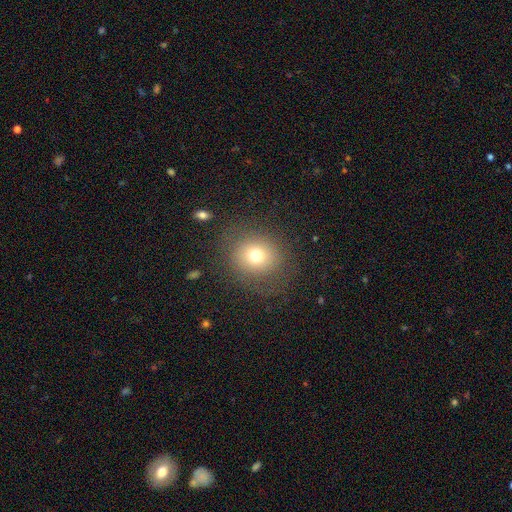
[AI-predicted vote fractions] This is likely a smooth galaxy (71%). How rounded: clearly round (81%). Merging: likely none (78%).